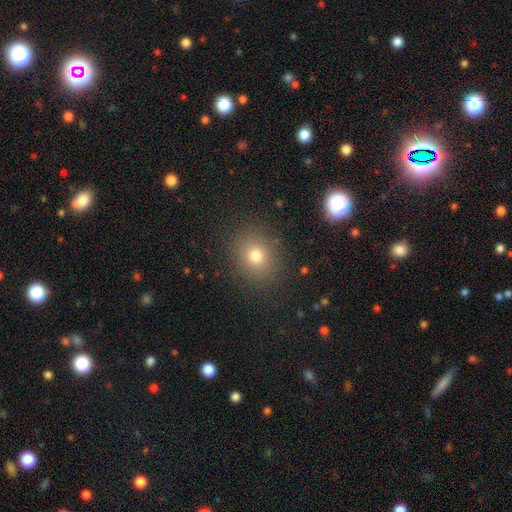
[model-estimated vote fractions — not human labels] A smooth galaxy with no disk features (75%) that is round (68%). Merging: none (87%).